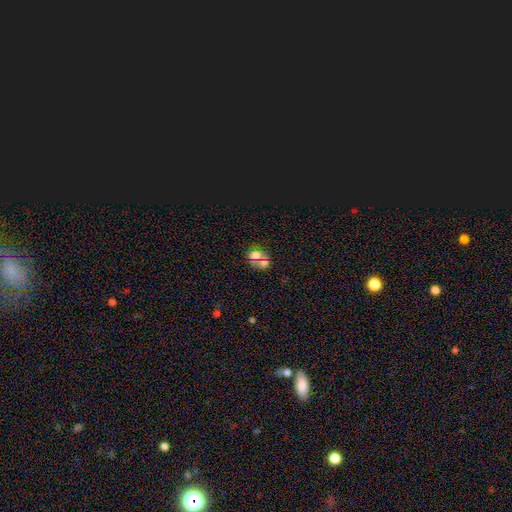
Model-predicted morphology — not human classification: This appears to be a smooth galaxy with no disk features (62%) that is round (70%). Merging: none (48%).